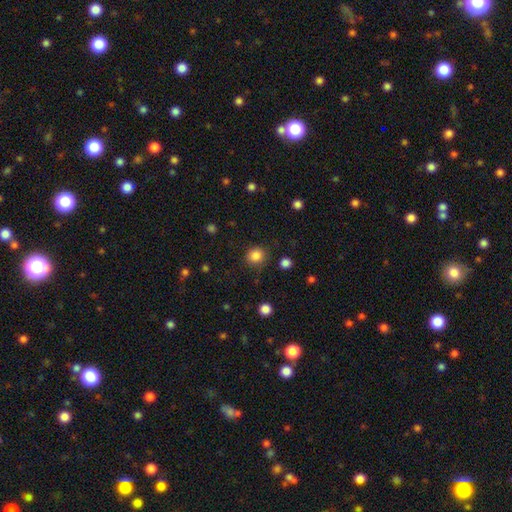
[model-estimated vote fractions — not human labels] This is clearly a smooth galaxy (85%). How rounded: clearly round (86%). Merging: clearly none (86%).